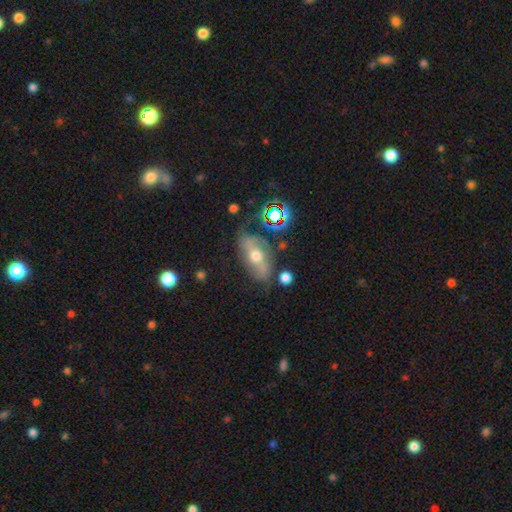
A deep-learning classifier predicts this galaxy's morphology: A featured or disk galaxy (50%).

Vote fractions:
- Smooth or featured? featured or disk: 50% / smooth: 33% / star or artifact: 16%
- Edge-on disk? no: 76% / yes: 24%
- Merging? none: 63% / minor disturbance: 21% / major disturbance: 10% / merger: 6%